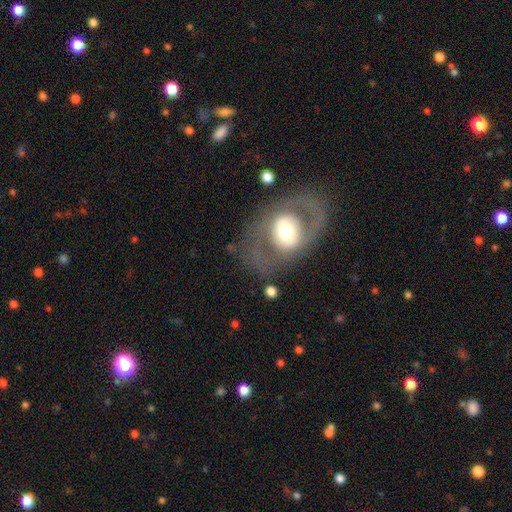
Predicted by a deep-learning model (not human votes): This appears to be a featured or disk galaxy (72%) with no bar (59%), spiral arms (56%) and a moderate central bulge (57%). Merging: none (73%).